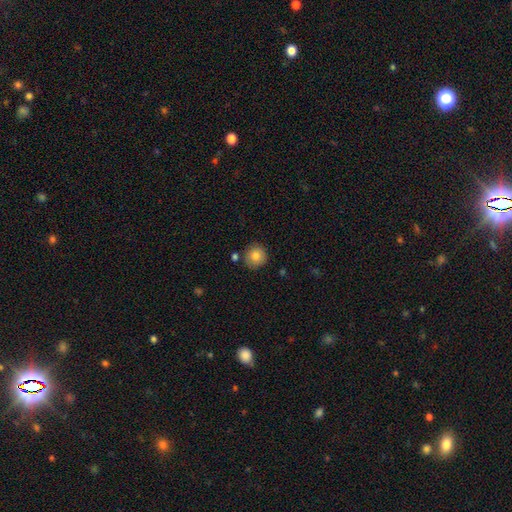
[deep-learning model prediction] The model was most divided on "smooth or featured": smooth: 82%, featured or disk: 9%, star or artifact: 9%. More confident: how rounded — round (92%); merging — none (83%).